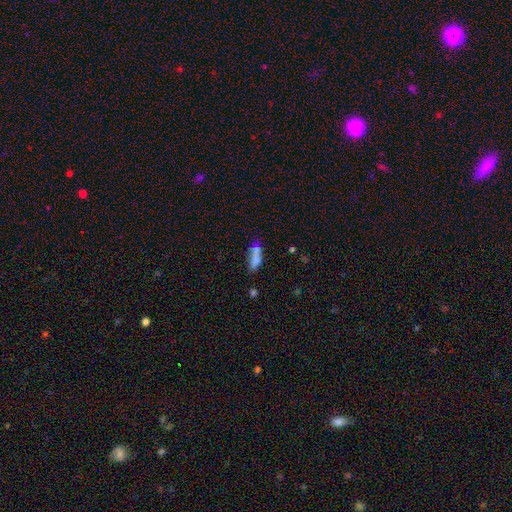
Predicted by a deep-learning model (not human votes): A smooth galaxy with no disk features (70%) that is in between round and cigar-shaped (49%).

Vote fractions:
- Smooth or featured? smooth: 70% / featured or disk: 19% / star or artifact: 11%
- How rounded? in between: 49% / cigar-shaped: 47% / round: 3%
- Merging? none: 45% / merger: 23% / minor disturbance: 21% / major disturbance: 11%